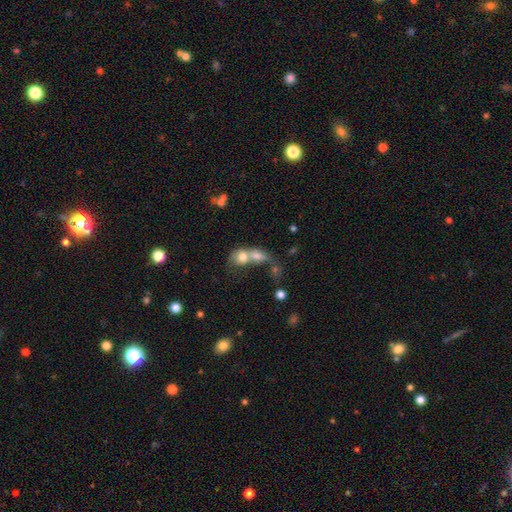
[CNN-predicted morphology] type=smooth (64%); roundness=in between (51%); merging=merger (76%).